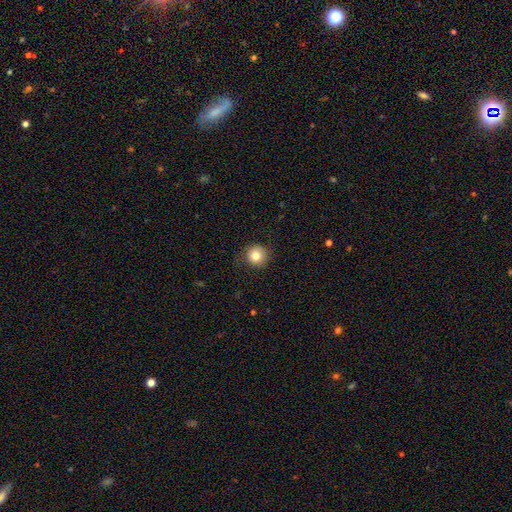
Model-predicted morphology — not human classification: smooth 83%, star or artifact 10%, featured or disk 7%. Down the decision tree: how rounded — round (93%); merging — none (84%).